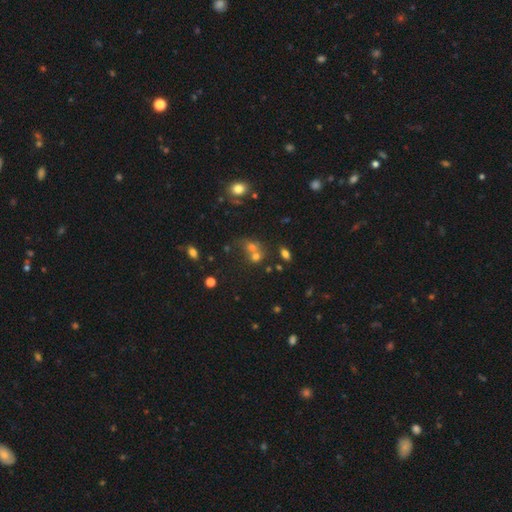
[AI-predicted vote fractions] Smooth or featured: smooth — 50% (star or artifact — 35%)
How rounded: round — 72% (in between — 26%)
Merging: merger — 46% (none — 40%)